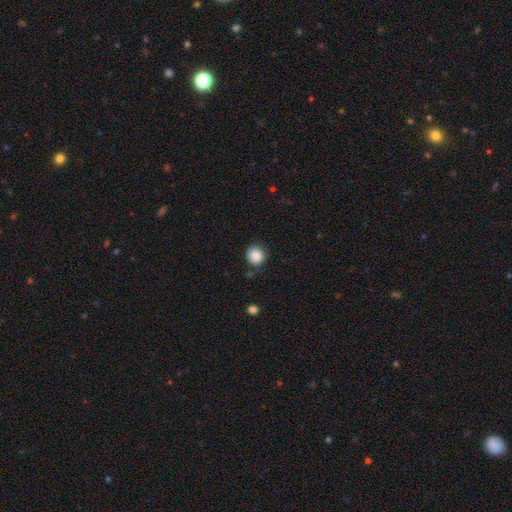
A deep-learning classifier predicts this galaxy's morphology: type=smooth (87%); roundness=round (88%); merging=none (77%).